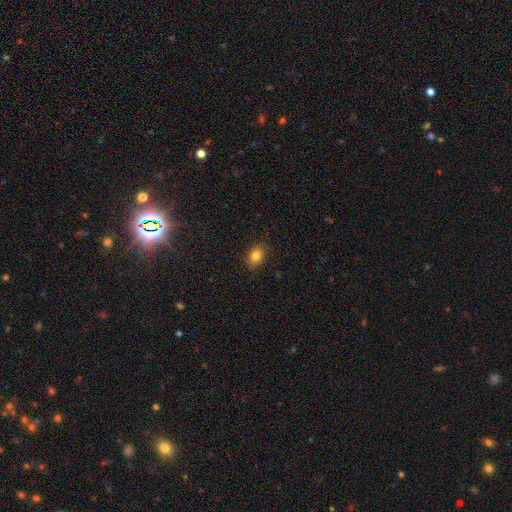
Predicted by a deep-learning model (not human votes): Morphology: type=smooth (83%); roundness=in between (74%); merging=none (87%).